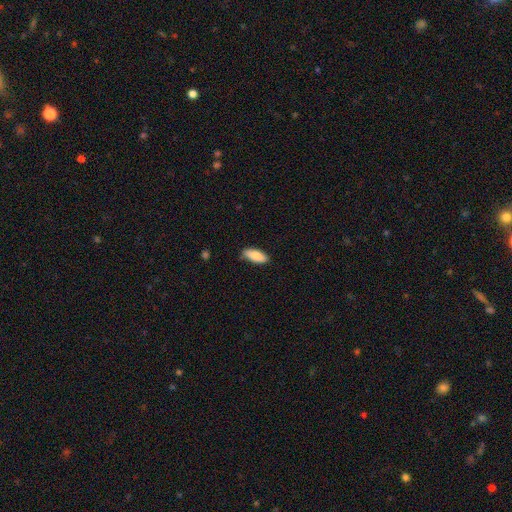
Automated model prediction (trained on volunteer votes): The model was most divided on "how rounded": in between: 82%, cigar-shaped: 16%, round: 2%. More confident: smooth or featured — smooth (82%); merging — none (82%).